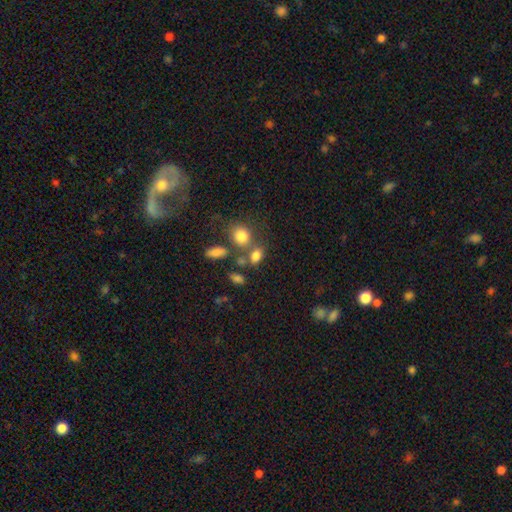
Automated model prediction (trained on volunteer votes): Smooth or featured? smooth (79%)
How rounded? in between (65%)
Merging? none (50%)